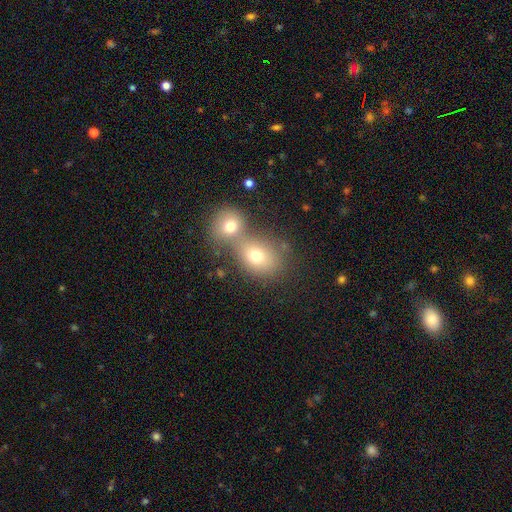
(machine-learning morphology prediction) This is likely a smooth galaxy (71%). How rounded: possibly round (59%). Merging: possibly merger (54%).